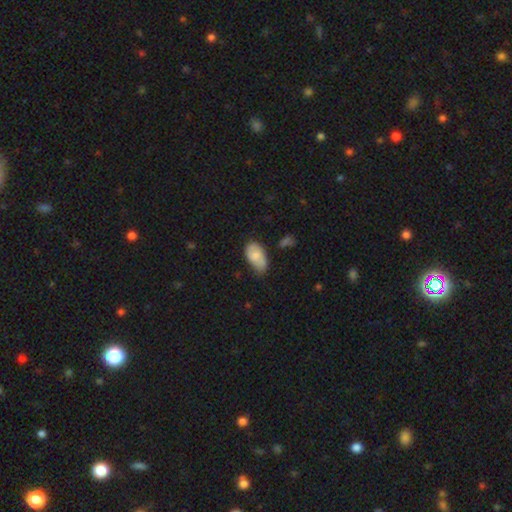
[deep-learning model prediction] Morphology: type=smooth (81%); roundness=in between (93%); merging=none (48%).